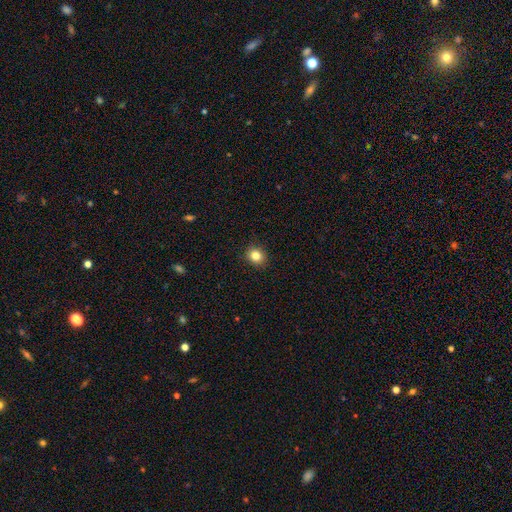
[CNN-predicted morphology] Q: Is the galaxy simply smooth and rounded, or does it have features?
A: smooth — 83%.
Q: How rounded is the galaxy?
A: round — 76%.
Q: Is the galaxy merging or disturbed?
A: none — 90%.